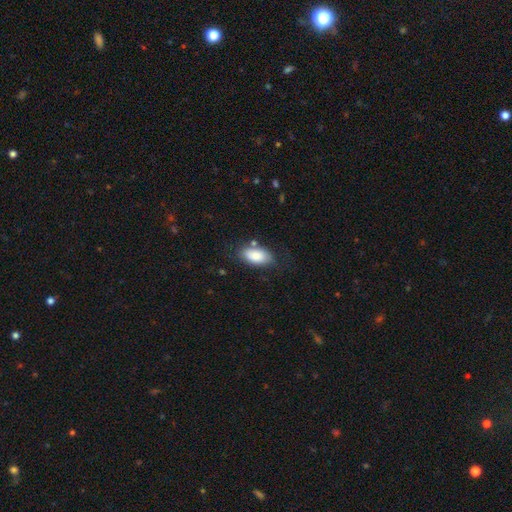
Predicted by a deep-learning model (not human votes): A smooth galaxy with no disk features (84%) that is in between round and cigar-shaped (93%).

Vote fractions:
- Smooth or featured? smooth: 84% / featured or disk: 9% / star or artifact: 7%
- How rounded? in between: 93% / cigar-shaped: 4% / round: 4%
- Merging? none: 72% / minor disturbance: 18% / major disturbance: 5% / merger: 5%